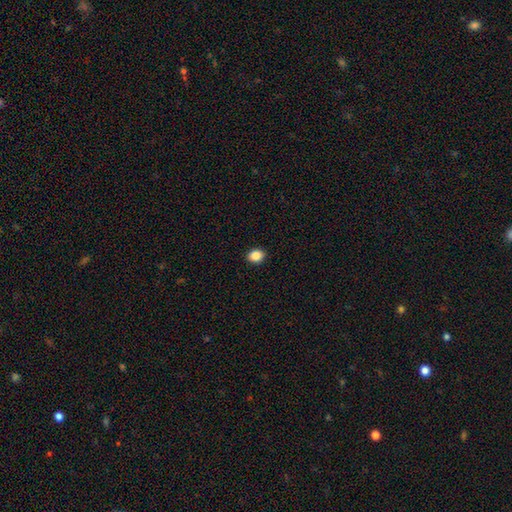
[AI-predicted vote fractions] This appears to be a smooth galaxy with no disk features (87%) that is round (53%). Merging: none (91%).